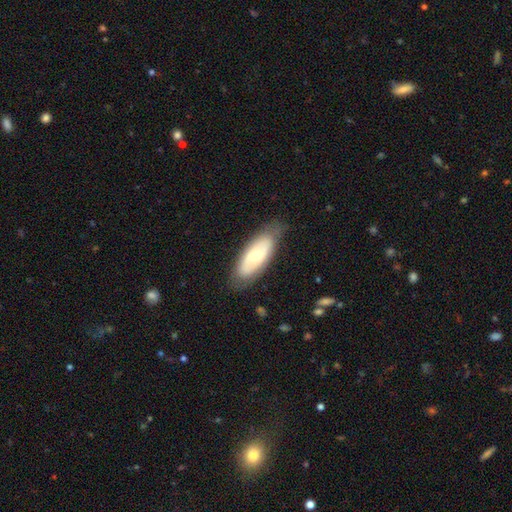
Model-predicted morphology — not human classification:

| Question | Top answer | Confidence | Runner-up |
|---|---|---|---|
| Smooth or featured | featured or disk | 51% | smooth (44%) |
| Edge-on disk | no | 84% | yes (16%) |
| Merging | none | 76% | minor disturbance (18%) |